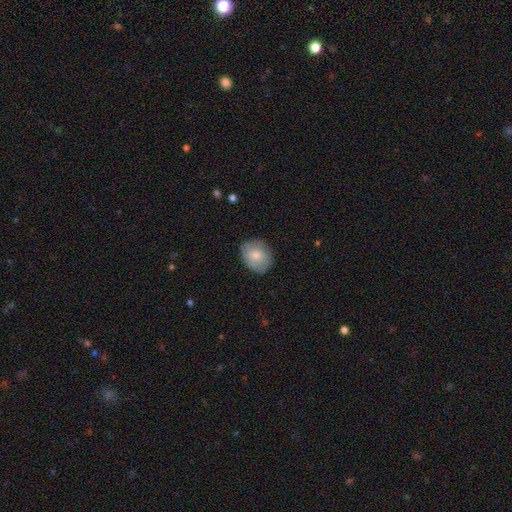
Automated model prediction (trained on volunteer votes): A smooth galaxy with no disk features (74%) that is round (54%). Merging: none (79%).